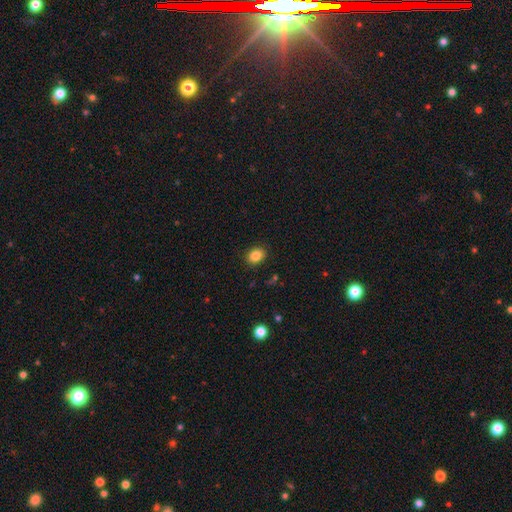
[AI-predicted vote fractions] smooth 86%, star or artifact 9%, featured or disk 5%. Down the decision tree: how rounded — in between (60%); merging — none (88%).